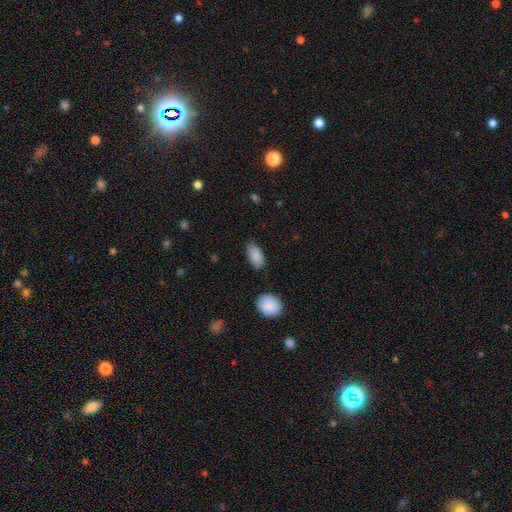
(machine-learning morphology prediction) Overall: smooth (88%). How rounded: in between (93%). Merging: none (77%).